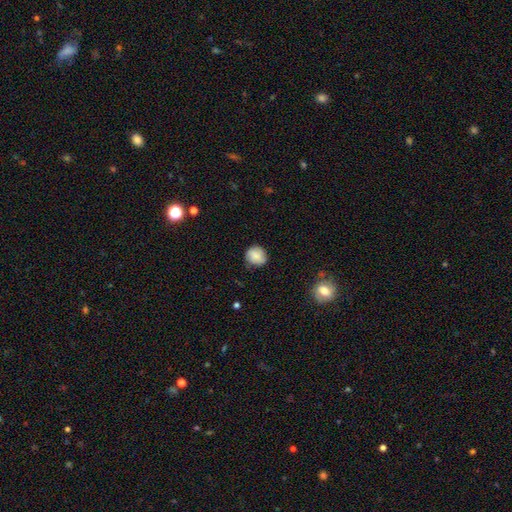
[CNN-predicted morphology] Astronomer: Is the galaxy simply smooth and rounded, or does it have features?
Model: smooth — 80%.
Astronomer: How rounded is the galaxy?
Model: round — 87%.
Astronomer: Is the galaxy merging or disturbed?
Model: none — 79%.